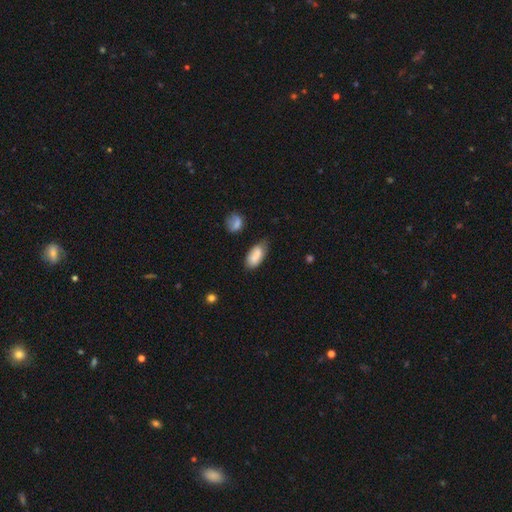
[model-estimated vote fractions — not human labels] A smooth galaxy with no disk features (81%) that is in between round and cigar-shaped (89%).

Vote fractions:
- Smooth or featured? smooth: 81% / featured or disk: 11% / star or artifact: 7%
- How rounded? in between: 89% / cigar-shaped: 9% / round: 3%
- Merging? none: 61% / minor disturbance: 29% / major disturbance: 6% / merger: 5%